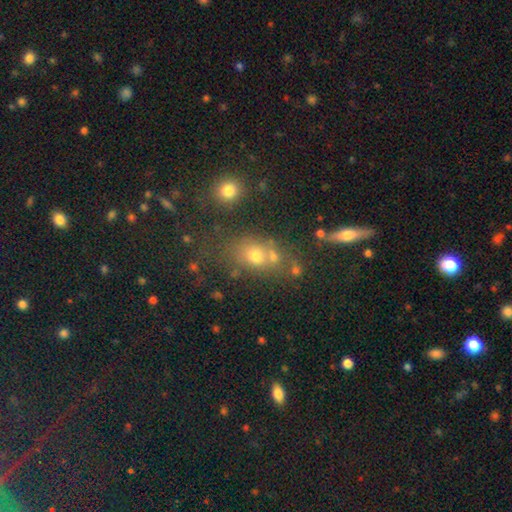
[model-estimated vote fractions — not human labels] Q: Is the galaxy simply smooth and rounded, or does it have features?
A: smooth — 59%.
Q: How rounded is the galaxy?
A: round — 50%.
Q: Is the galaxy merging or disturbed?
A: none — 56%.